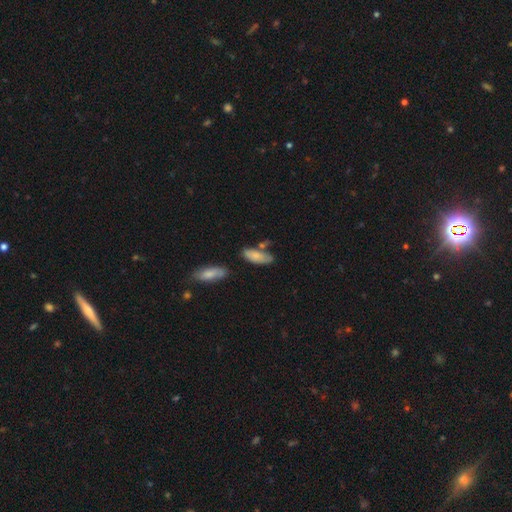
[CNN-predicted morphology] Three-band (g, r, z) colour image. It shows a smooth galaxy with no disk features (76%) that is in between round and cigar-shaped (77%). Merging: none (54%).